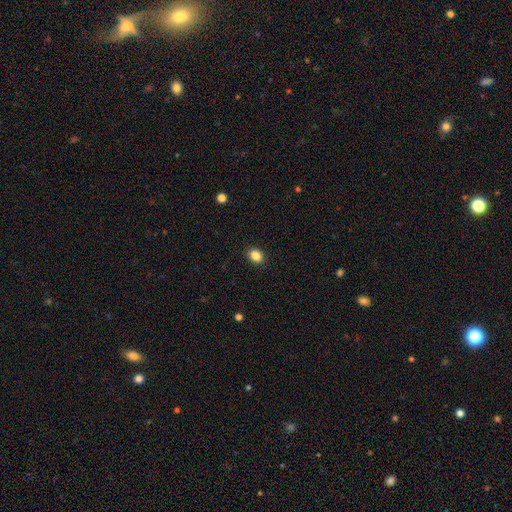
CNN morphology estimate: Smooth or featured? Predicted: smooth (p=0.86). How rounded? Predicted: in between (p=0.60). Merging? Predicted: none (p=0.91).